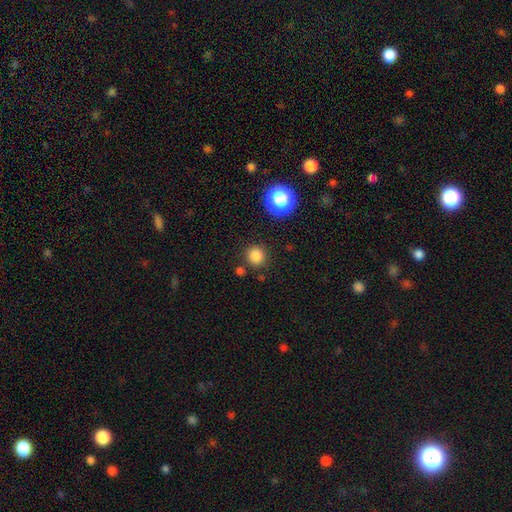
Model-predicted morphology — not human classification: smooth_or_featured: smooth (p=0.82) [alt: star or artifact p=0.14]
how_rounded: round (p=0.92) [alt: in between p=0.07]
merging: none (p=0.86) [alt: minor disturbance p=0.08]